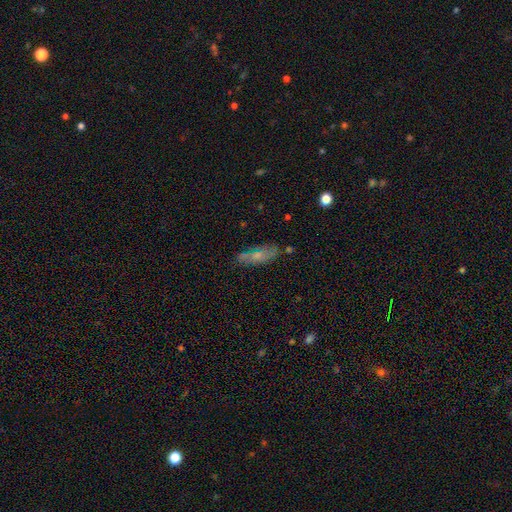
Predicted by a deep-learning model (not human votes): The model was most divided on "how rounded": in between: 54%, cigar-shaped: 43%, round: 3%. More confident: merging — none (68%); smooth or featured — smooth (58%).